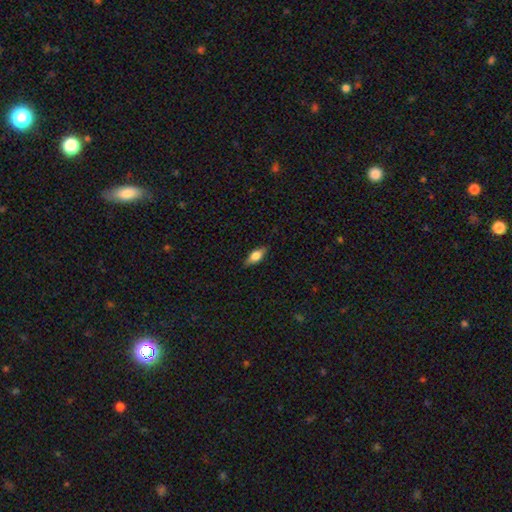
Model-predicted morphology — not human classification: smooth-or-featured: smooth: 61% | featured or disk: 31% | star or artifact: 7%
  how-rounded: in between: 73% | cigar-shaped: 23% | round: 4%
  merging: none: 84% | minor disturbance: 12% | major disturbance: 2% | merger: 1%